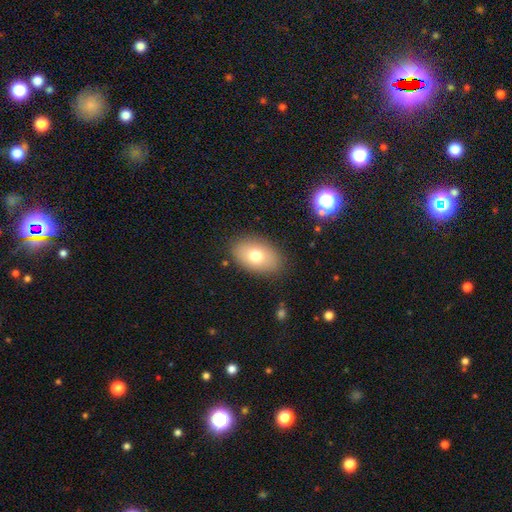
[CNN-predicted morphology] This appears to be a smooth galaxy with no disk features (73%) that is in between round and cigar-shaped (87%). Merging: none (85%).